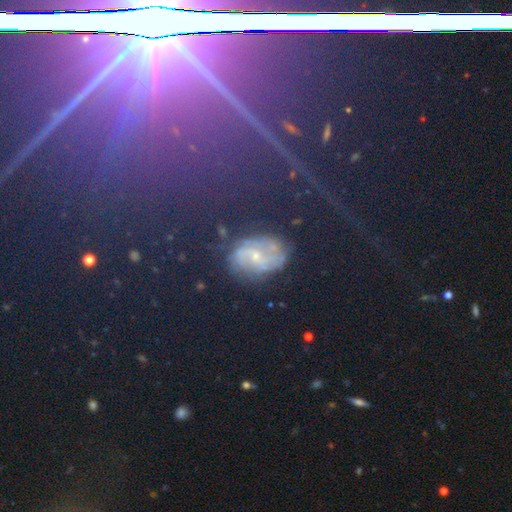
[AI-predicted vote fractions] featured or disk 52%, star or artifact 29%, smooth 19%. Down the decision tree: edge-on disk — no (93%); merging — none (74%).